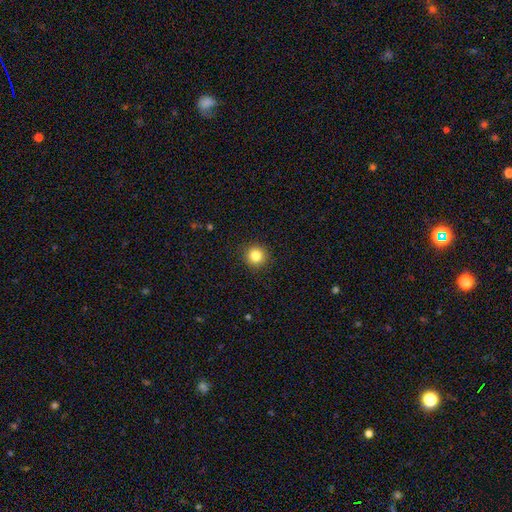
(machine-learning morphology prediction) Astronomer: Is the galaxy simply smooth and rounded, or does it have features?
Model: smooth — 84%.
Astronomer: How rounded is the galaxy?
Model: round — 95%.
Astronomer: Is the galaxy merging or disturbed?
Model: none — 92%.